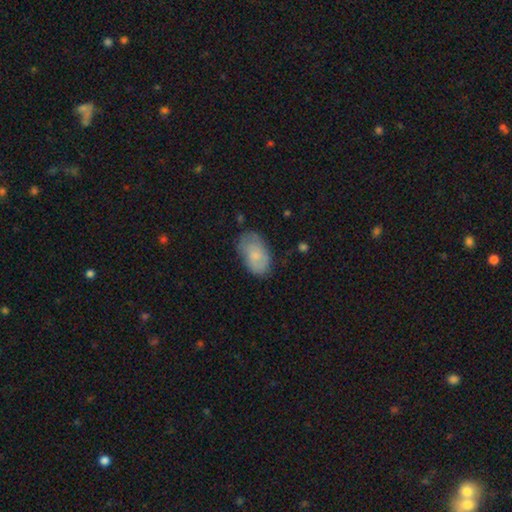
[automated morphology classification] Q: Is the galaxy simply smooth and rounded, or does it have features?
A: smooth — 67%.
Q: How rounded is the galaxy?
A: in between — 92%.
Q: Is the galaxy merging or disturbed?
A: none — 66%.